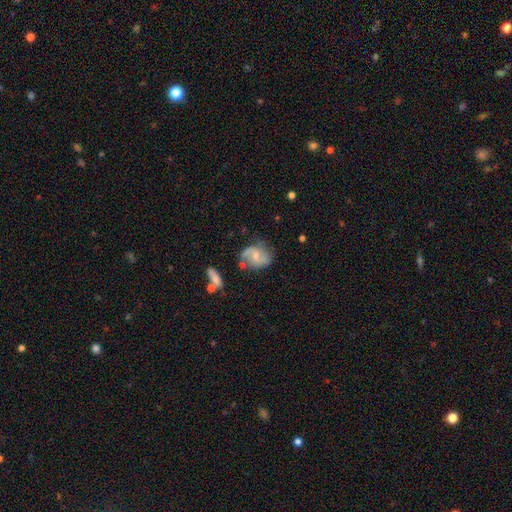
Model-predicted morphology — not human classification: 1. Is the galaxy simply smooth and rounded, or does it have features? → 66% featured or disk, 26% smooth, 7% star or artifact.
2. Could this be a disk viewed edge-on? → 97% no, 3% yes.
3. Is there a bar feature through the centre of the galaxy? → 52% no, 38% weak, 10% strong.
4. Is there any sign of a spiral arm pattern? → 88% yes, 12% no.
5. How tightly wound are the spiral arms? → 43% medium, 39% loose, 18% tight.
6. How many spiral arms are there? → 82% 2, 9% can't tell, 5% 1, 2% 3, 1% 4, 1% more than 4.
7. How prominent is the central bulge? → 52% small, 41% moderate, 4% none, 2% large, 1% dominant.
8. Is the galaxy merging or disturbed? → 60% none, 23% minor disturbance, 10% major disturbance, 7% merger.